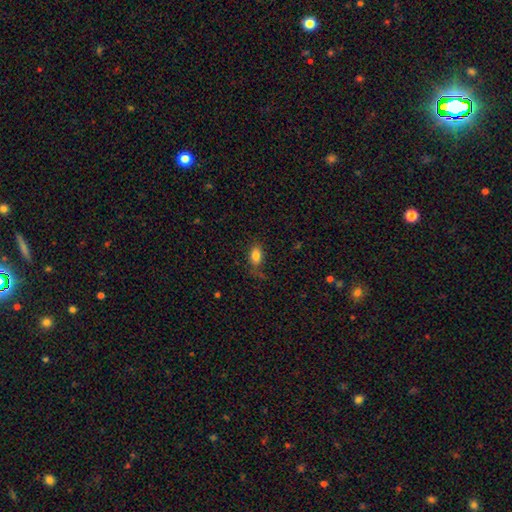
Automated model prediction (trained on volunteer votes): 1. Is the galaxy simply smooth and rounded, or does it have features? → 82% smooth, 9% star or artifact, 9% featured or disk.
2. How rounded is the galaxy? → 87% in between, 11% round, 3% cigar-shaped.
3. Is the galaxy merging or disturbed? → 71% none, 19% minor disturbance, 7% major disturbance, 2% merger.